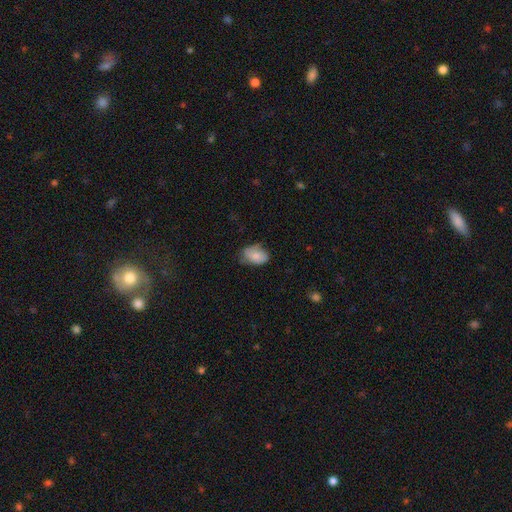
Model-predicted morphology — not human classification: A smooth galaxy with no disk features (80%) that is in between round and cigar-shaped (86%).

Vote fractions:
- Smooth or featured? smooth: 80% / featured or disk: 13% / star or artifact: 7%
- How rounded? in between: 86% / round: 13% / cigar-shaped: 1%
- Merging? none: 57% / minor disturbance: 34% / major disturbance: 8% / merger: 2%